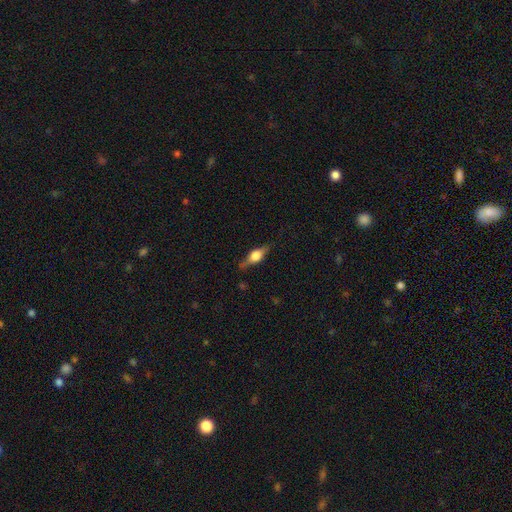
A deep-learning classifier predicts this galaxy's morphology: A featured or disk galaxy (60%) viewed edge-on (95%) with a rounded central bulge (90%).

Vote fractions:
- Smooth or featured? featured or disk: 60% / smooth: 32% / star or artifact: 7%
- Edge-on disk? yes: 95% / no: 5%
- Edge-on bulge? rounded: 90% / boxy: 8% / none: 1%
- Merging? none: 80% / minor disturbance: 15% / major disturbance: 4% / merger: 1%